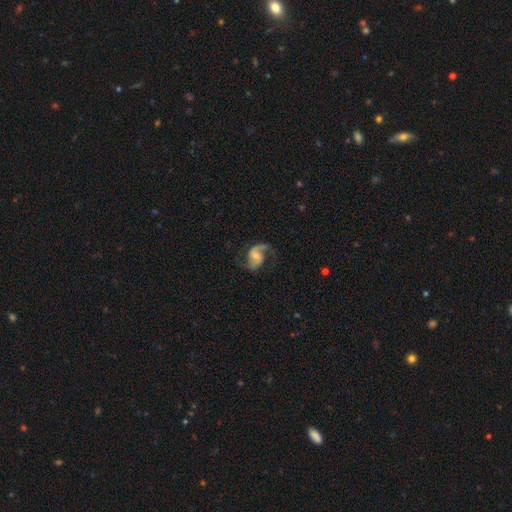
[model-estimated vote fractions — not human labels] Smooth or featured: featured or disk — 88% (smooth — 7%)
Edge-on disk: no — 98% (yes — 2%)
Bar: no — 46% (weak — 42%)
Spiral arms: yes — 97% (no — 3%)
Spiral winding: loose — 46% (medium — 45%)
Spiral arm count: 2 — 91% (1 — 4%)
Bulge size: small — 44% (moderate — 43%)
Merging: none — 73% (minor disturbance — 15%)